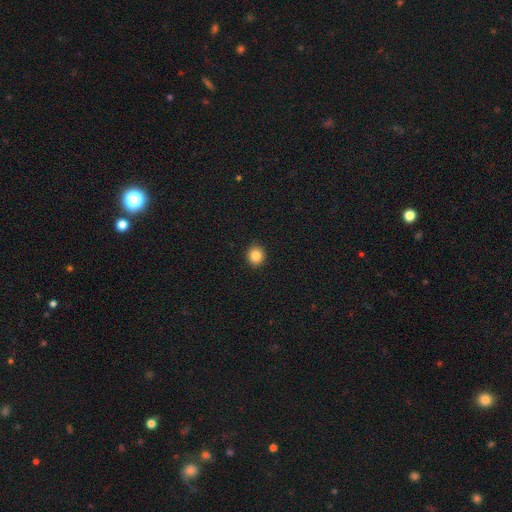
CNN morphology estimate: A smooth galaxy with no disk features (84%) that is round (88%). Merging: none (93%).